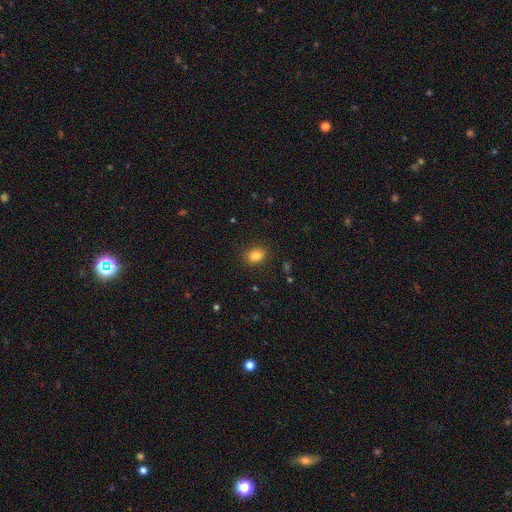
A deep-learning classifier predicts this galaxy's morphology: smooth_or_featured: smooth (p=0.83) [alt: star or artifact p=0.11]
how_rounded: in between (p=0.64) [alt: round p=0.35]
merging: none (p=0.87) [alt: minor disturbance p=0.09]